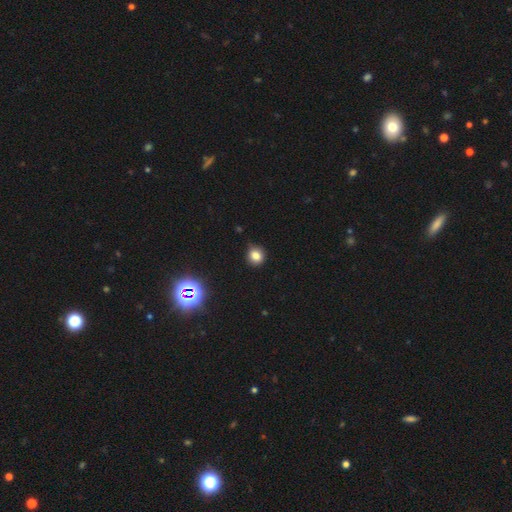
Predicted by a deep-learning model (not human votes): Q: Smooth or featured?
A: smooth (78%); runner-up: star or artifact (15%)
Q: How rounded?
A: round (80%); runner-up: in between (19%)
Q: Merging?
A: none (79%); runner-up: minor disturbance (17%)